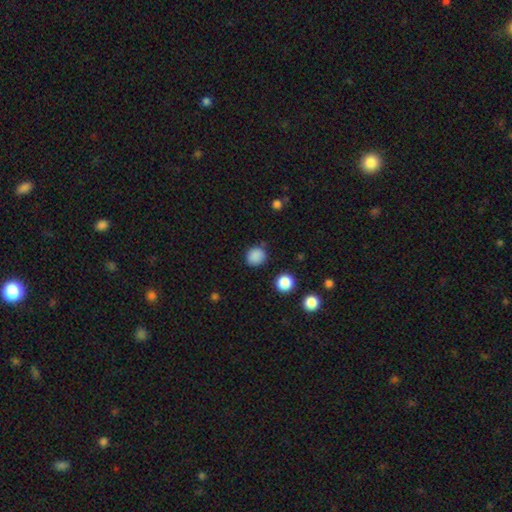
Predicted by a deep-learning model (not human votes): Smooth or featured? smooth (86%)
How rounded? round (85%)
Merging? none (83%)